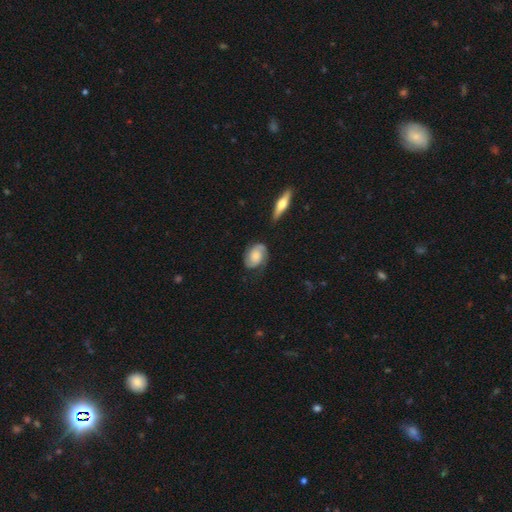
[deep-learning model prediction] A featured or disk galaxy (72%) with no bar (69%), 2 (89%) tight (46%) spiral arms (95%) and a moderate central bulge (41%).

Vote fractions:
- Smooth or featured? featured or disk: 72% / smooth: 21% / star or artifact: 6%
- Edge-on disk? no: 96% / yes: 4%
- Bar? no: 69% / weak: 25% / strong: 6%
- Spiral arms? yes: 95% / no: 5%
- Spiral winding? tight: 46% / medium: 41% / loose: 13%
- Spiral arm count? 2: 89% / can't tell: 5% / 1: 2% / 3: 2% / 4: 1% / more than 4: 1%
- Bulge size? moderate: 41% / small: 29% / large: 15% / none: 12% / dominant: 3%
- Merging? none: 76% / minor disturbance: 16% / major disturbance: 5% / merger: 3%